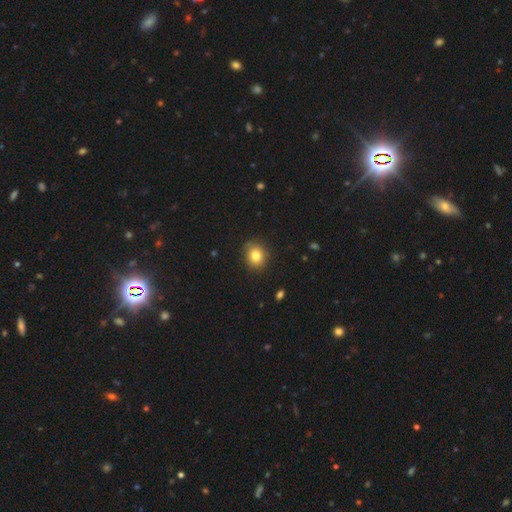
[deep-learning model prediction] smooth 82%, star or artifact 10%, featured or disk 8%. Down the decision tree: how rounded — round (74%); merging — none (85%).